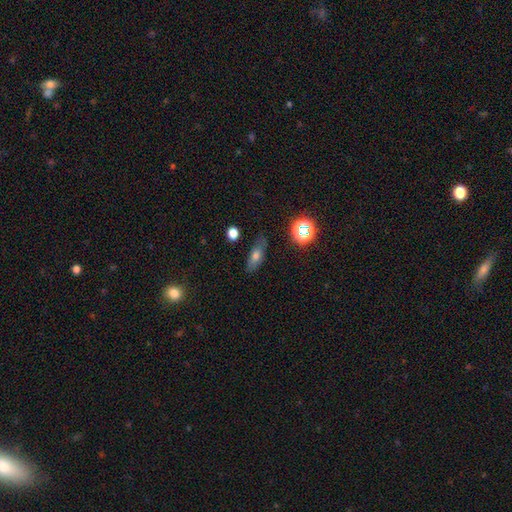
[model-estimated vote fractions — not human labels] Smooth or featured?
  - smooth: 67% *
  - featured or disk: 20%
  - star or artifact: 13%
How rounded?
  - in between: 64% *
  - cigar-shaped: 29%
  - round: 7%
Merging?
  - none: 79% *
  - minor disturbance: 15%
  - major disturbance: 4%
  - merger: 2%